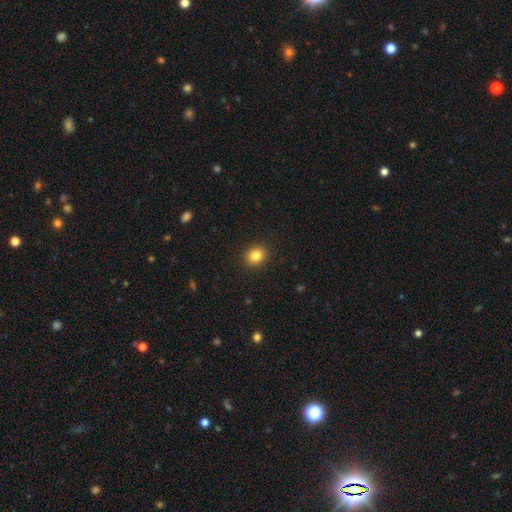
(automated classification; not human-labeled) A smooth galaxy with no disk features (83%) that is round (72%).

Vote fractions:
- Smooth or featured? smooth: 83% / star or artifact: 11% / featured or disk: 6%
- How rounded? round: 72% / in between: 27% / cigar-shaped: 1%
- Merging? none: 91% / minor disturbance: 6% / major disturbance: 2% / merger: 1%